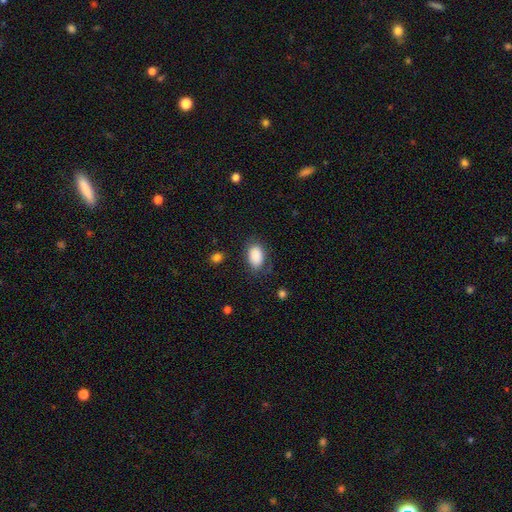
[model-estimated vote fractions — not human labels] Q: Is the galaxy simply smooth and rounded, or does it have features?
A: smooth — 88%.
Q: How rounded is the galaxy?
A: in between — 89%.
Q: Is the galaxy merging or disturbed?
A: none — 72%.